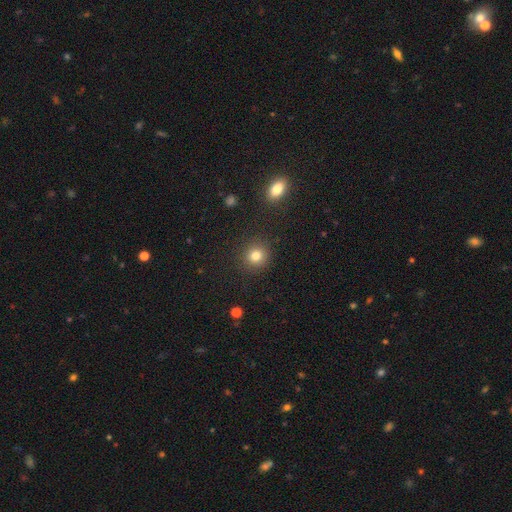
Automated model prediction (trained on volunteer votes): smooth-or-featured: smooth: 81% | star or artifact: 13% | featured or disk: 6%
  how-rounded: round: 90% | in between: 9% | cigar-shaped: 1%
  merging: none: 90% | minor disturbance: 6% | major disturbance: 2% | merger: 2%